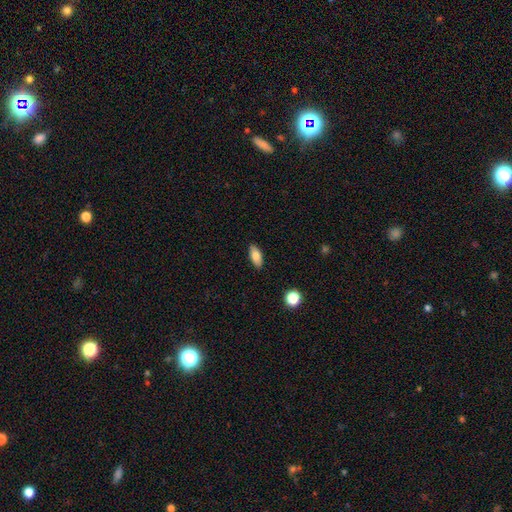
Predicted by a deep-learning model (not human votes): smooth-or-featured: smooth: 77% | featured or disk: 15% | star or artifact: 8%
  how-rounded: in between: 84% | cigar-shaped: 12% | round: 3%
  merging: none: 88% | minor disturbance: 9% | major disturbance: 2% | merger: 1%